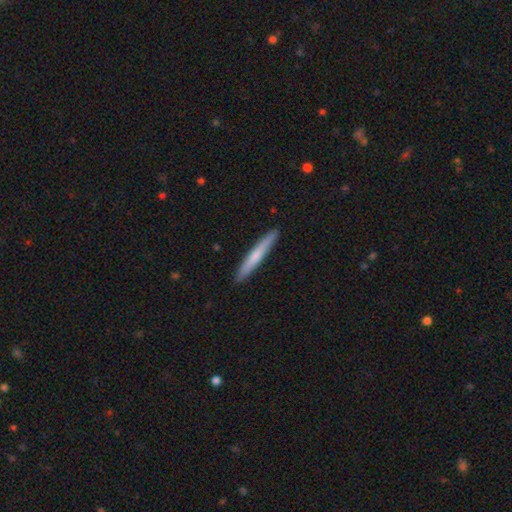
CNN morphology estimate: The model was most divided on "smooth or featured": smooth: 63%, featured or disk: 32%, star or artifact: 5%. More confident: how rounded — cigar-shaped (96%); merging — none (92%).